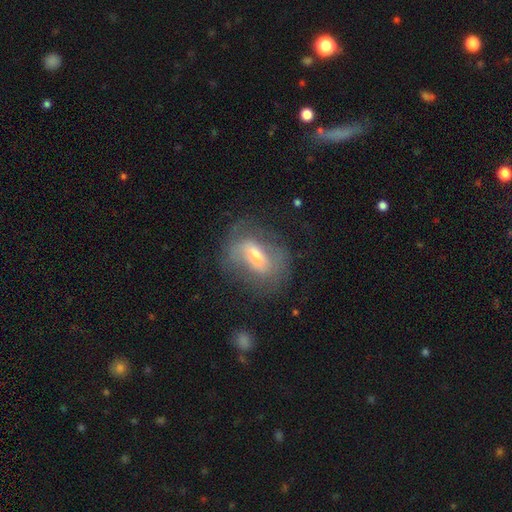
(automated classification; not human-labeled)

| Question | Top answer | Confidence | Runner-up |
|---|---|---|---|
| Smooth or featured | featured or disk | 57% | smooth (34%) |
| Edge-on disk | no | 92% | yes (8%) |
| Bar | weak | 47% | strong (28%) |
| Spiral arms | yes | 64% | no (36%) |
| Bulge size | moderate | 50% | small (37%) |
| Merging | none | 55% | minor disturbance (23%) |